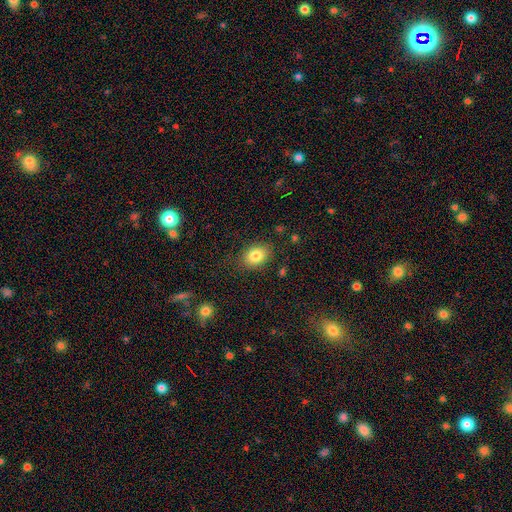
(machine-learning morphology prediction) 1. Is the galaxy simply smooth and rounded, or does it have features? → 82% smooth, 9% star or artifact, 9% featured or disk.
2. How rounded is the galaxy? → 70% in between, 29% round, 1% cigar-shaped.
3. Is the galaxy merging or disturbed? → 84% none, 11% minor disturbance, 3% major disturbance, 1% merger.